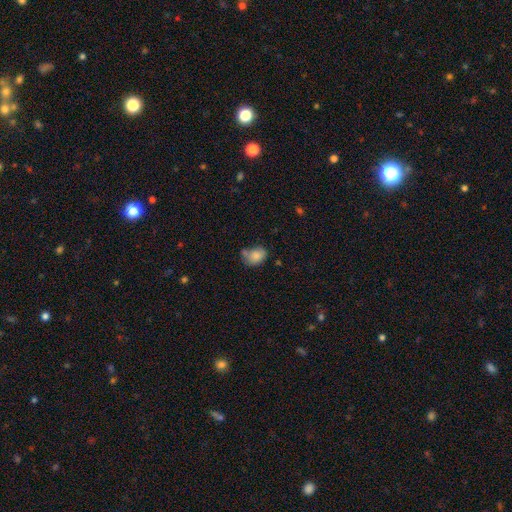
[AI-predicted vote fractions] smooth 83%, featured or disk 9%, star or artifact 9%. Down the decision tree: how rounded — in between (64%); merging — none (51%).